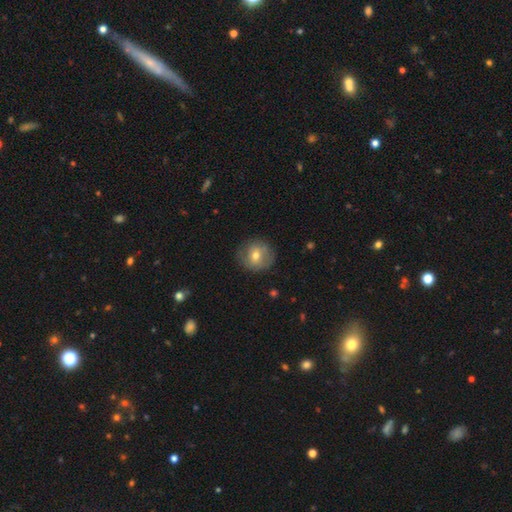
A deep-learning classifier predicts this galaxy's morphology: Q: Smooth or featured?
A: smooth (61%); runner-up: featured or disk (31%)
Q: How rounded?
A: round (88%); runner-up: in between (11%)
Q: Merging?
A: none (80%); runner-up: minor disturbance (14%)